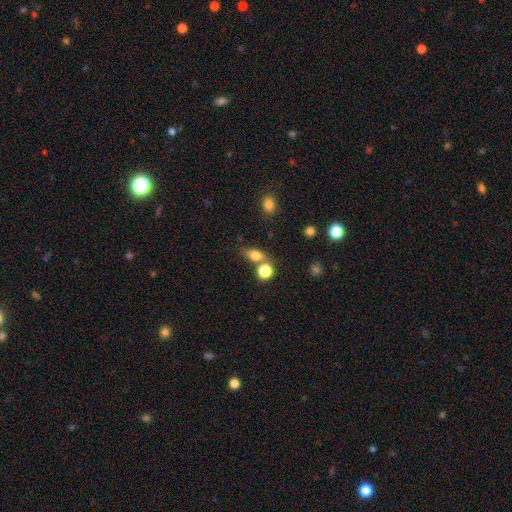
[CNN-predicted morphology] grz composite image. It shows a smooth galaxy with no disk features (75%) that is in between round and cigar-shaped (64%). Merging: none (56%).